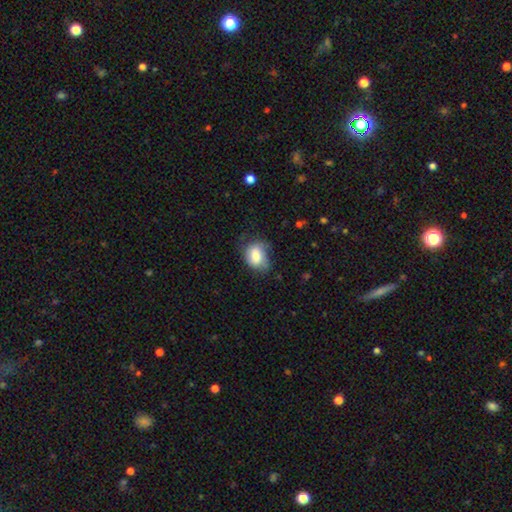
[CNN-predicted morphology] Smooth or featured? Predicted: smooth (p=0.74). How rounded? Predicted: in between (p=0.63). Merging? Predicted: none (p=0.52).